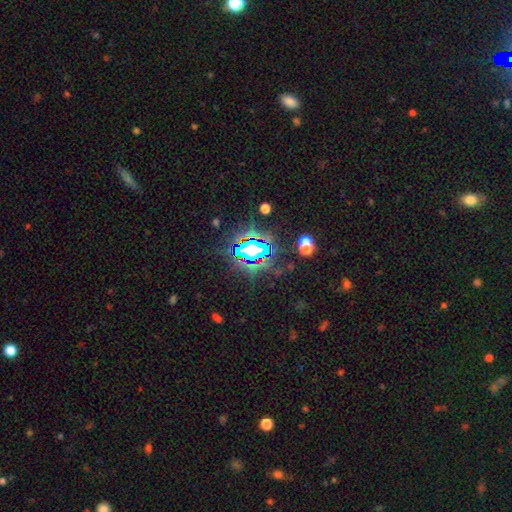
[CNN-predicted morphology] star or artifact 66%, smooth 20%, featured or disk 14%.